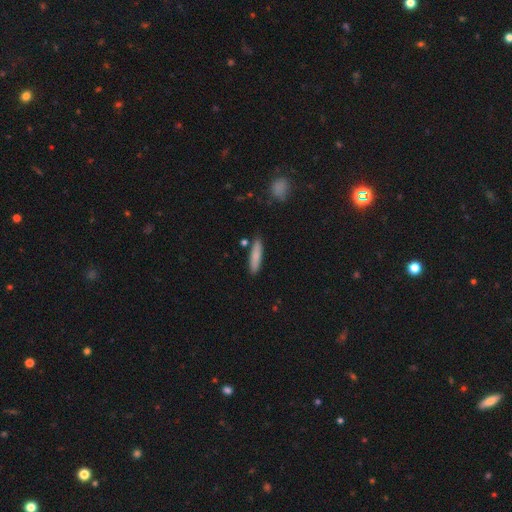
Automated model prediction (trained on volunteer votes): A smooth galaxy with no disk features (82%) that is cigar-shaped (82%). Merging: none (85%).